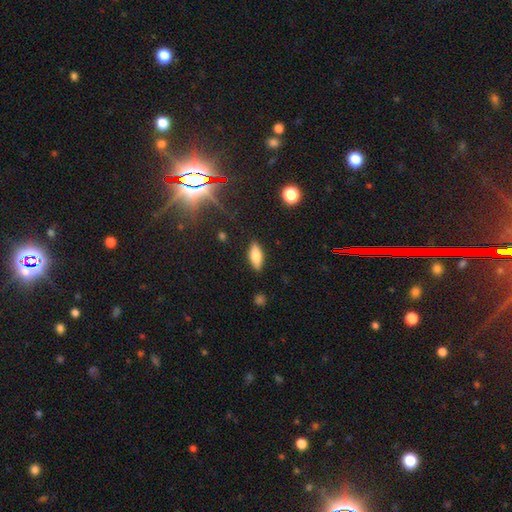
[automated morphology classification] A smooth galaxy with no disk features (69%) that is in between round and cigar-shaped (73%). Merging: none (87%).